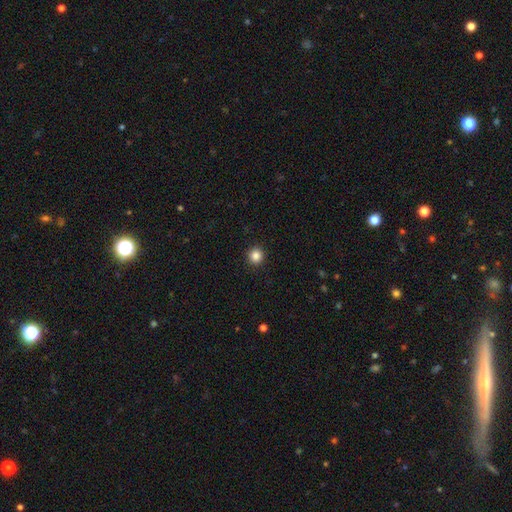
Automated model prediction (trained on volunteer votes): Smooth or featured: smooth — 85% (star or artifact — 11%)
How rounded: round — 93% (in between — 6%)
Merging: none — 93% (minor disturbance — 5%)